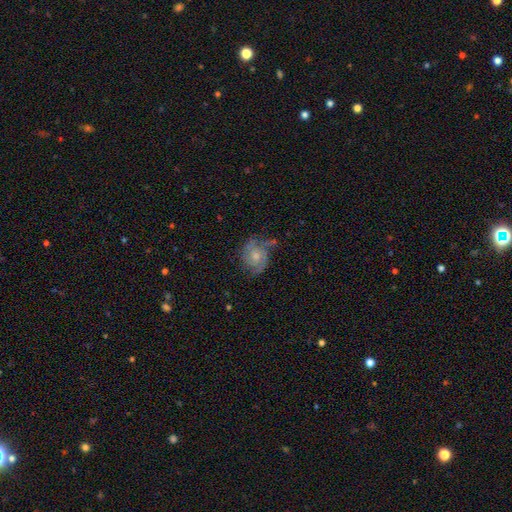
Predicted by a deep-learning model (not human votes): smooth_or_featured: featured or disk (p=0.71) [alt: smooth p=0.22]
disk_edge_on: no (p=0.97) [alt: yes p=0.03]
bar: no (p=0.76) [alt: weak p=0.21]
has_spiral_arms: yes (p=0.91) [alt: no p=0.09]
spiral_winding: tight (p=0.46) [alt: medium p=0.40]
spiral_arm_count: 2 (p=0.46) [alt: 3 p=0.21]
bulge_size: moderate (p=0.51) [alt: small p=0.39]
merging: none (p=0.56) [alt: minor disturbance p=0.26]